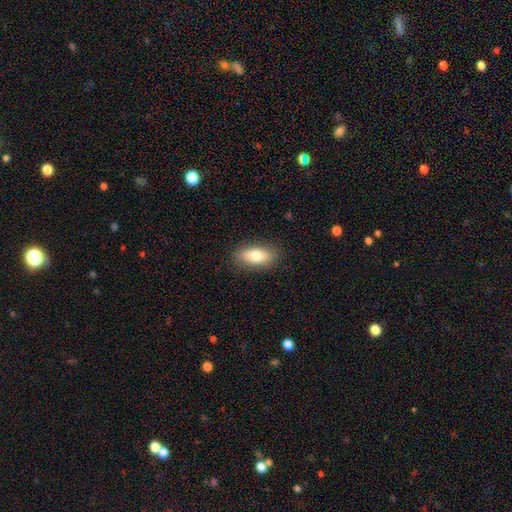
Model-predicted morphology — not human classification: A smooth galaxy with no disk features (77%) that is in between round and cigar-shaped (86%).

Vote fractions:
- Smooth or featured? smooth: 77% / featured or disk: 16% / star or artifact: 7%
- How rounded? in between: 86% / cigar-shaped: 10% / round: 4%
- Merging? none: 86% / minor disturbance: 10% / major disturbance: 3% / merger: 1%